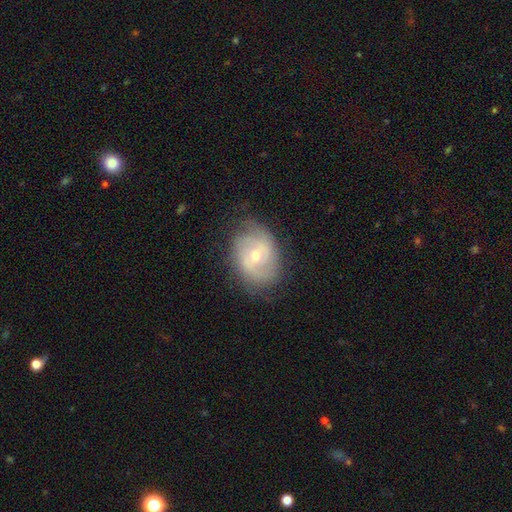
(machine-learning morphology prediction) Smooth or featured? Predicted: featured or disk (p=0.67). Edge-on disk? Predicted: no (p=0.96). Bar? Predicted: no (p=0.53). Spiral arms? Predicted: yes (p=0.81). Spiral winding? Predicted: tight (p=0.42). Spiral arm count? Predicted: 2 (p=0.54). Bulge size? Predicted: small (p=0.51). Merging? Predicted: none (p=0.72).